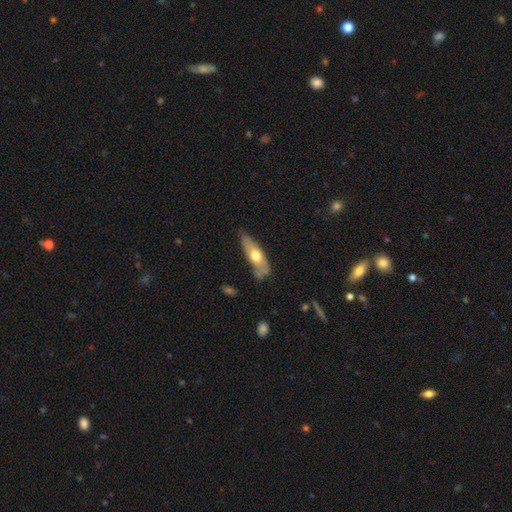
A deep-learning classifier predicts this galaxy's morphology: smooth 53%, featured or disk 41%, star or artifact 6%. Down the decision tree: how rounded — in between (49%, tied with cigar-shaped); merging — none (58%).